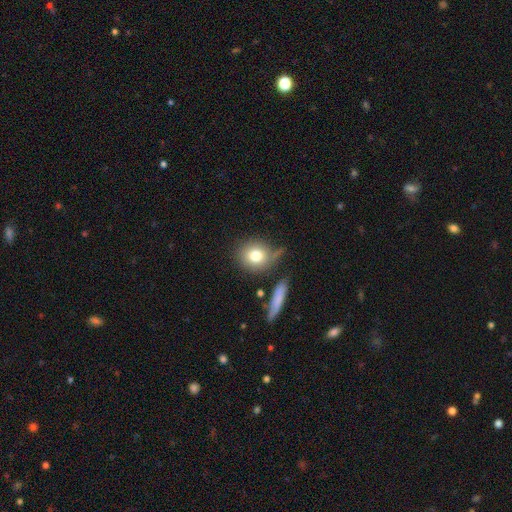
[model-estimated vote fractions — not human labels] Morphology: type=smooth (77%); roundness=round (81%); merging=none (69%).